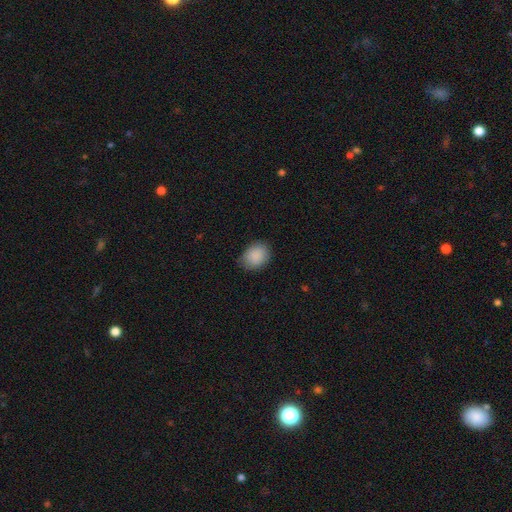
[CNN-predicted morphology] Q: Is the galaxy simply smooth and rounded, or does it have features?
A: smooth — 89%.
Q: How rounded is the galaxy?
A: in between — 61%.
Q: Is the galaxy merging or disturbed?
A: none — 81%.